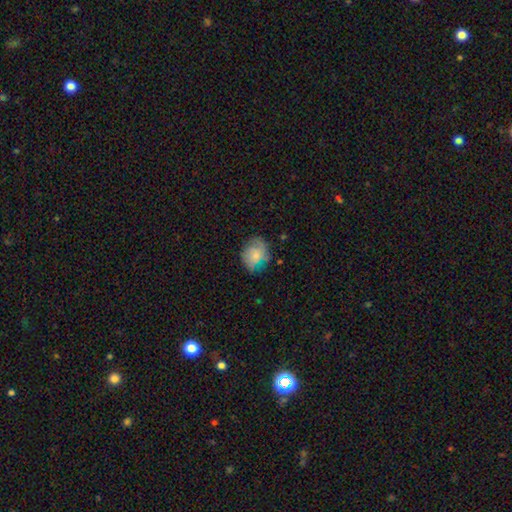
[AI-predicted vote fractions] smooth 72%, featured or disk 20%, star or artifact 9%. Down the decision tree: how rounded — round (59%); merging — none (62%).